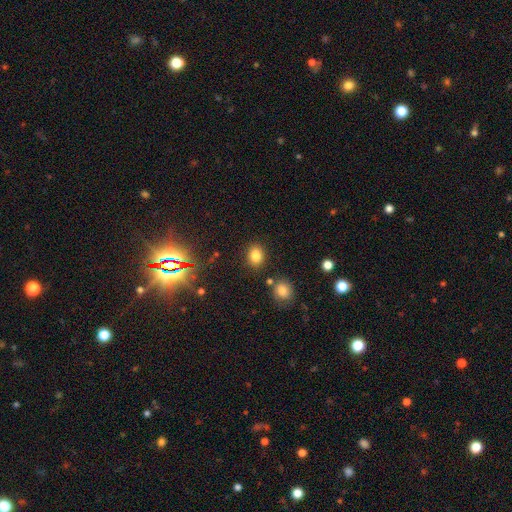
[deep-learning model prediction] Smooth or featured?
  - smooth: 79% *
  - star or artifact: 14%
  - featured or disk: 7%
How rounded?
  - in between: 50% *
  - round: 48%
  - cigar-shaped: 1%
Merging?
  - none: 83% *
  - minor disturbance: 9%
  - merger: 5%
  - major disturbance: 3%